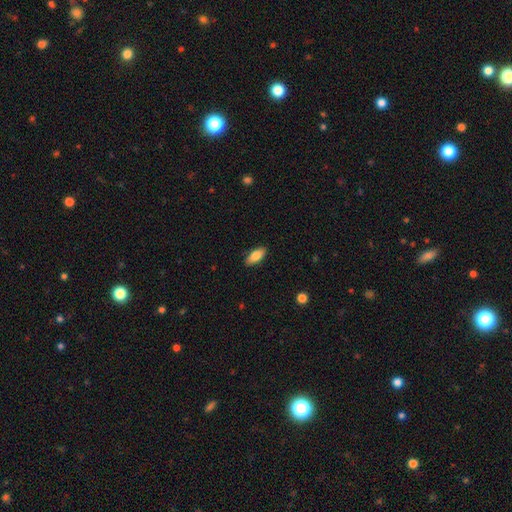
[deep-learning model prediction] smooth-or-featured: smooth: 82% | featured or disk: 11% | star or artifact: 6%
  how-rounded: in between: 84% | cigar-shaped: 13% | round: 2%
  merging: none: 89% | minor disturbance: 9% | major disturbance: 2% | merger: 1%